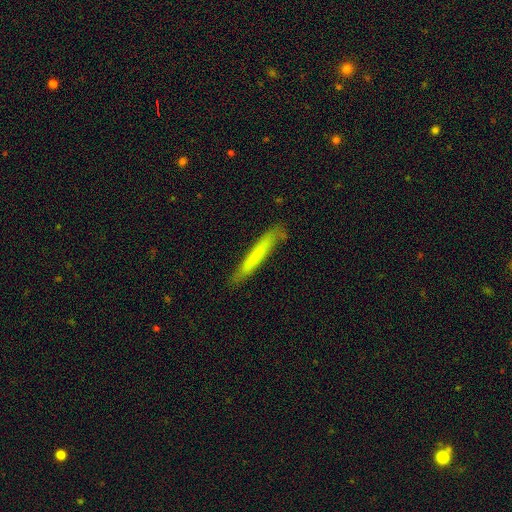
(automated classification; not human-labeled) Smooth or featured? smooth (67%)
How rounded? cigar-shaped (95%)
Merging? none (78%)